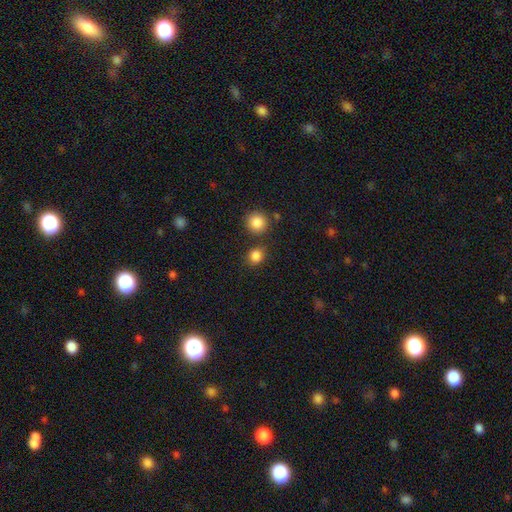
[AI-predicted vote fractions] Overall: smooth (84%). How rounded: round (79%). Merging: none (78%).